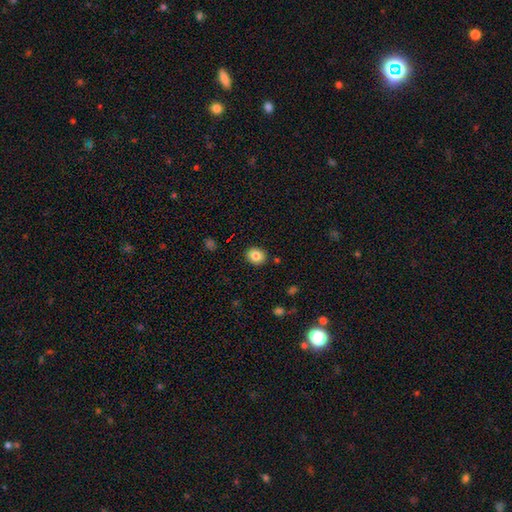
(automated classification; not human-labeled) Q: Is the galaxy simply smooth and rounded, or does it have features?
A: smooth — 85%.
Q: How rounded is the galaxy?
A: round — 63%.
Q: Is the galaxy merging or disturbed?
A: none — 89%.